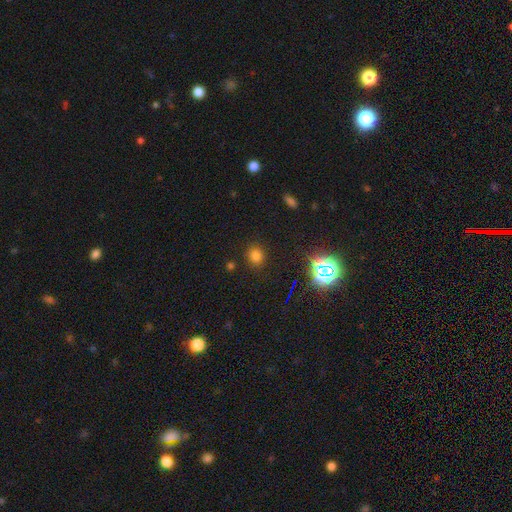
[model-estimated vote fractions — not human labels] Morphology: type=smooth (71%); roundness=round (79%); merging=none (86%).